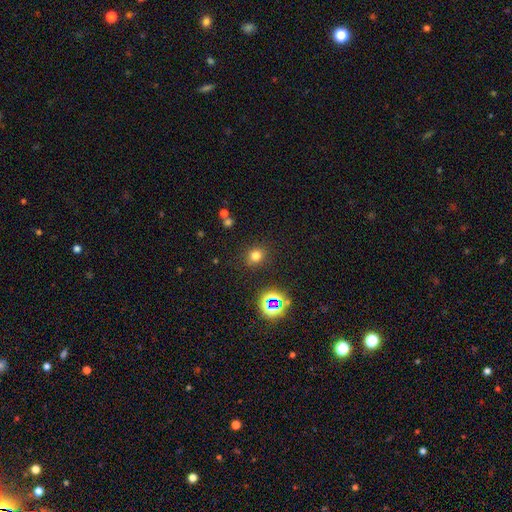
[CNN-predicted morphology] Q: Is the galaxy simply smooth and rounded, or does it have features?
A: smooth — 72%.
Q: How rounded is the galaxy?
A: round — 74%.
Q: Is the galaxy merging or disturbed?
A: none — 86%.